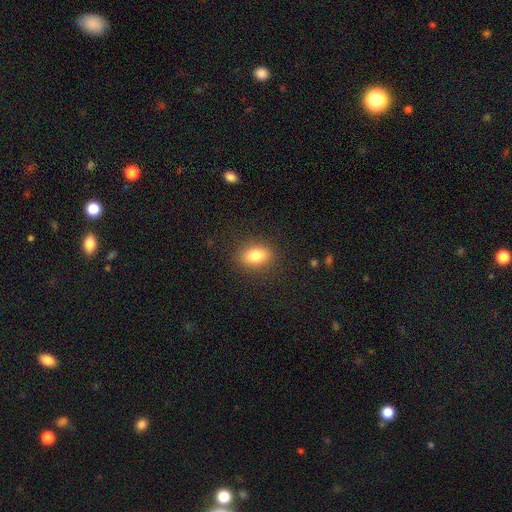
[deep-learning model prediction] A smooth galaxy with no disk features (81%) that is in between round and cigar-shaped (76%). Merging: none (87%).